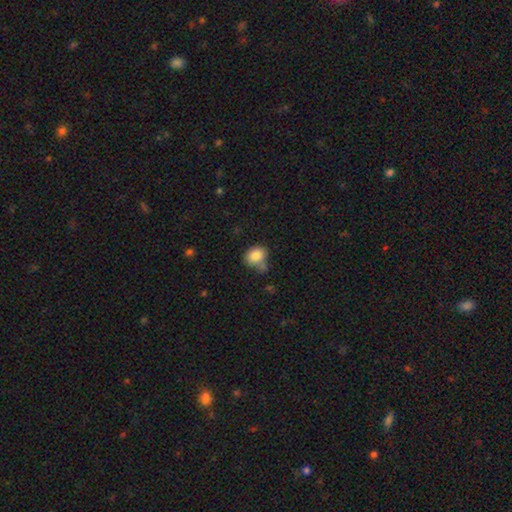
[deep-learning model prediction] Smooth or featured?
  - smooth: 84% *
  - star or artifact: 9%
  - featured or disk: 7%
How rounded?
  - round: 60% *
  - in between: 39%
  - cigar-shaped: 1%
Merging?
  - none: 57% *
  - minor disturbance: 21%
  - merger: 16%
  - major disturbance: 6%